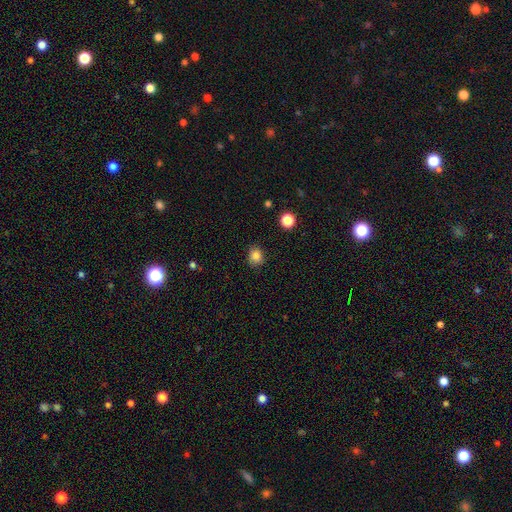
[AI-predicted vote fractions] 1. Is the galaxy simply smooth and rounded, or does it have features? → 84% smooth, 11% star or artifact, 5% featured or disk.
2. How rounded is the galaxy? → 65% round, 34% in between, 1% cigar-shaped.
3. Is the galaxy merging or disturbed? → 81% none, 15% minor disturbance, 3% major disturbance, 1% merger.